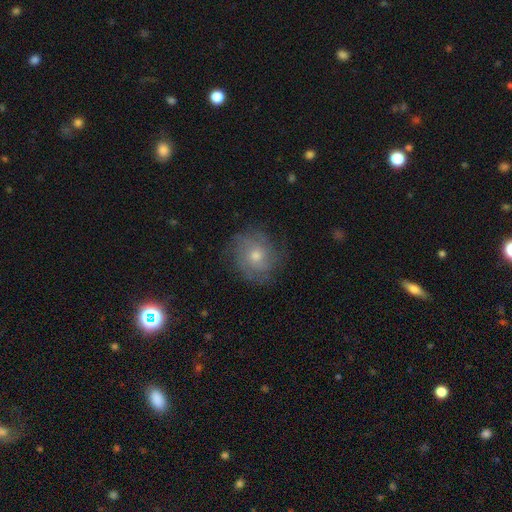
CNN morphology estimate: featured or disk 62%, smooth 26%, star or artifact 12%. Down the decision tree: edge-on disk — no (97%); bar — no (81%); spiral arms — yes (88%); spiral arm count — can't tell (40%); spiral winding — tight (57%); bulge size — moderate (59%); merging — none (78%).